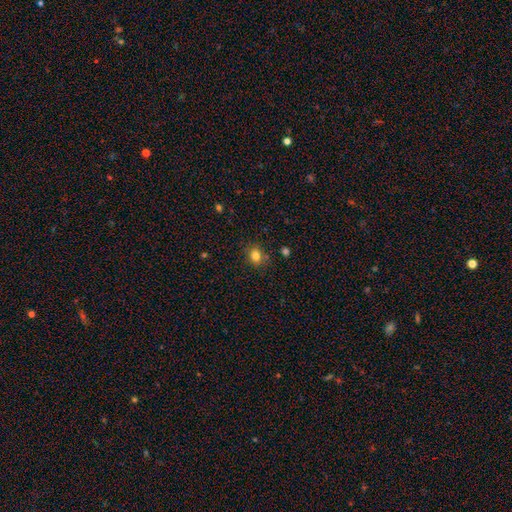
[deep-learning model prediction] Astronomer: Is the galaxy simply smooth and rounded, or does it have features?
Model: smooth — 81%.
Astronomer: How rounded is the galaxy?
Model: round — 57% (runner-up: in between, 42%).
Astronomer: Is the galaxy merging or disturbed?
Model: none — 80%.